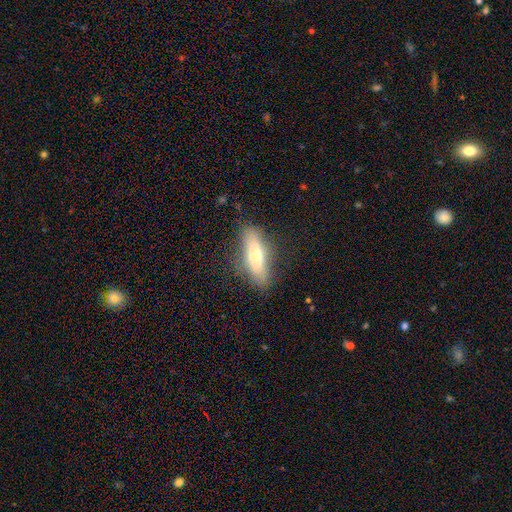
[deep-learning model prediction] Morphology: type=smooth (65%); roundness=cigar-shaped (54%); merging=none (76%).